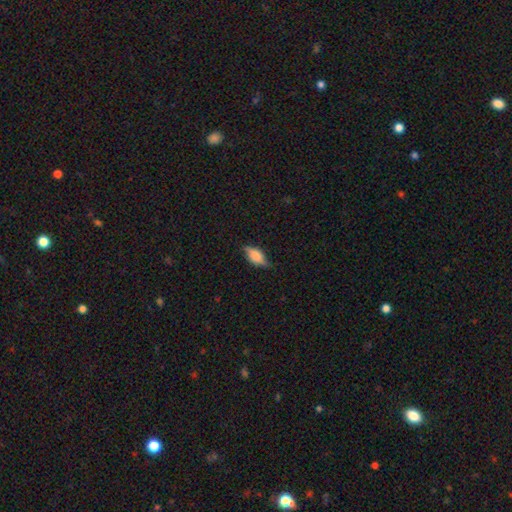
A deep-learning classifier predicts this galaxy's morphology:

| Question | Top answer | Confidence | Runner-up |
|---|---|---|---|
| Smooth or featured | smooth | 54% | featured or disk (39%) |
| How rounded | in between | 76% | cigar-shaped (19%) |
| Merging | none | 76% | minor disturbance (19%) |